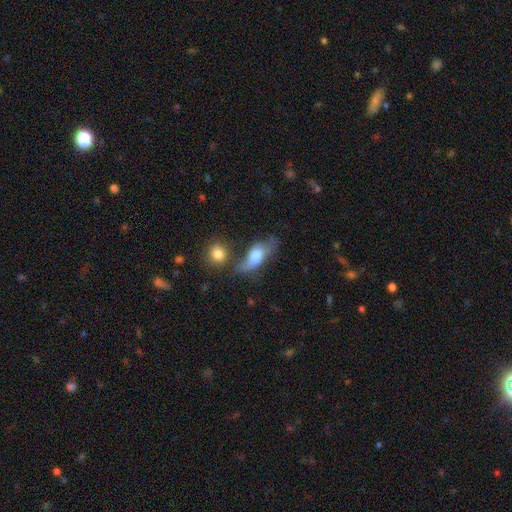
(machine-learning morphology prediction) Q: Smooth or featured?
A: smooth (65%); runner-up: featured or disk (27%)
Q: How rounded?
A: in between (78%); runner-up: cigar-shaped (15%)
Q: Merging?
A: none (38%); runner-up: minor disturbance (23%)